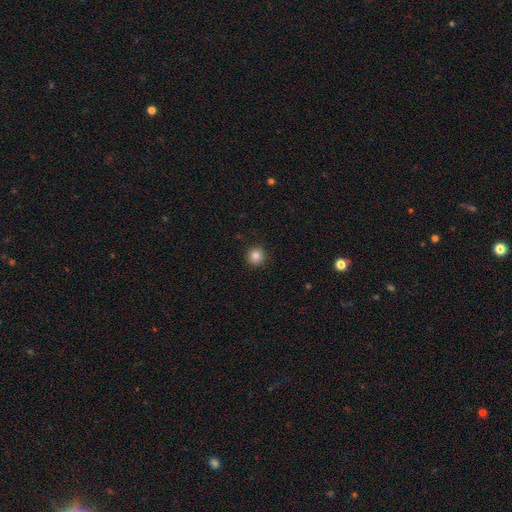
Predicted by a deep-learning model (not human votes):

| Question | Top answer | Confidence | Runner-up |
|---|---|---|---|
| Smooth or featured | smooth | 83% | star or artifact (11%) |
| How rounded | round | 95% | in between (4%) |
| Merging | none | 92% | minor disturbance (5%) |